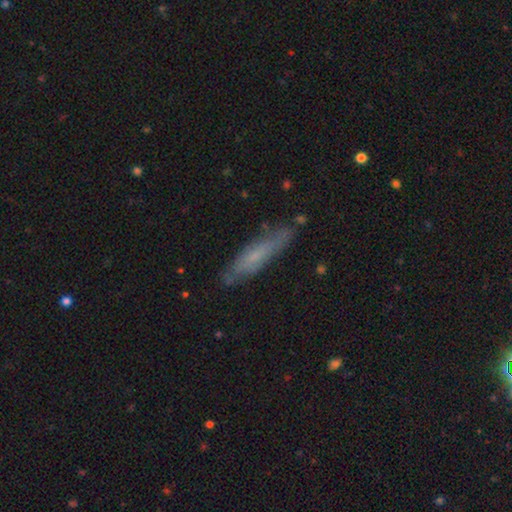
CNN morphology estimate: smooth 50%, featured or disk 43%, star or artifact 7%. Down the decision tree: merging — none (74%).